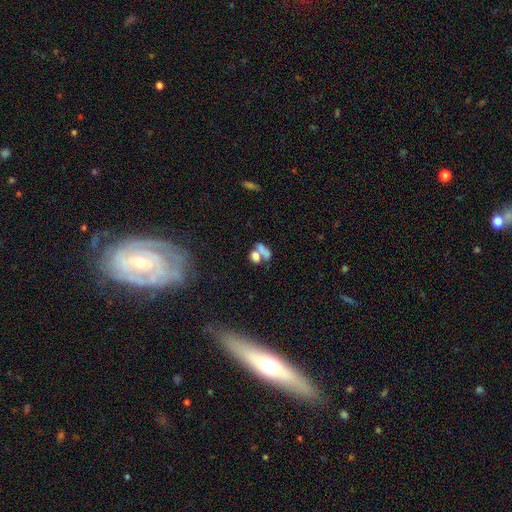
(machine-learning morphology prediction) smooth-or-featured: smooth: 69% | featured or disk: 17% | star or artifact: 14%
  how-rounded: in between: 62% | round: 31% | cigar-shaped: 7%
  merging: merger: 56% | none: 28% | minor disturbance: 9% | major disturbance: 7%